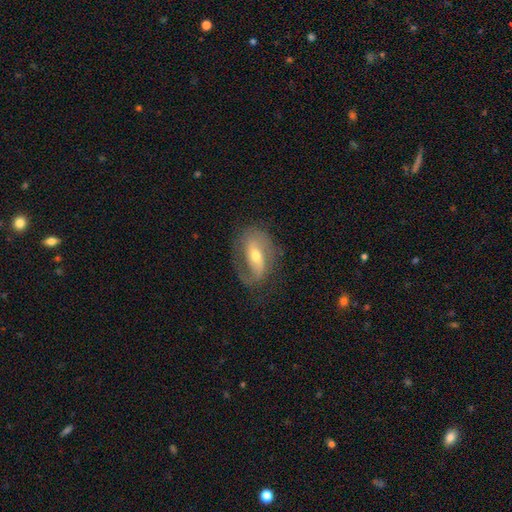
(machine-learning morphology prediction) Smooth or featured? featured or disk (78%)
Edge-on disk? no (94%)
Bar? strong (40%)
Spiral arms? yes (88%)
Spiral winding? medium (43%)
Spiral arm count? 2 (67%)
Bulge size? moderate (57%)
Merging? none (69%)